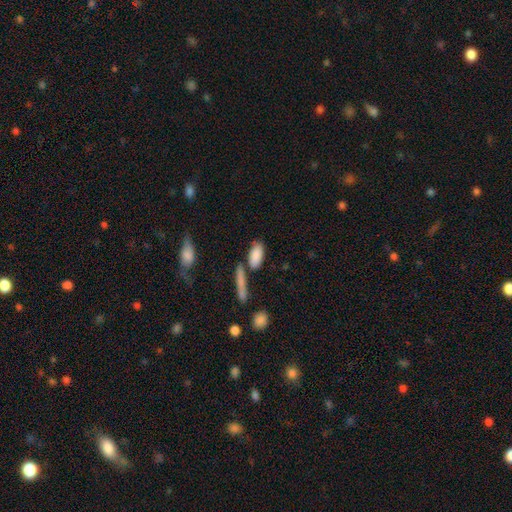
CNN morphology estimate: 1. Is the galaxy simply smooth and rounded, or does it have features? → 85% smooth, 8% featured or disk, 6% star or artifact.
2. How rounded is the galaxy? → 87% in between, 9% cigar-shaped, 3% round.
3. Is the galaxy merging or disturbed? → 69% none, 14% minor disturbance, 13% merger, 4% major disturbance.